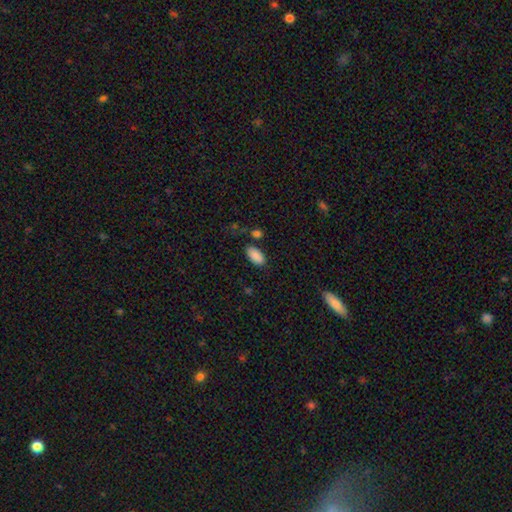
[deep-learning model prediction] A smooth galaxy with no disk features (89%) that is in between round and cigar-shaped (95%).

Vote fractions:
- Smooth or featured? smooth: 89% / star or artifact: 7% / featured or disk: 4%
- How rounded? in between: 95% / round: 3% / cigar-shaped: 3%
- Merging? none: 79% / minor disturbance: 13% / merger: 5% / major disturbance: 4%